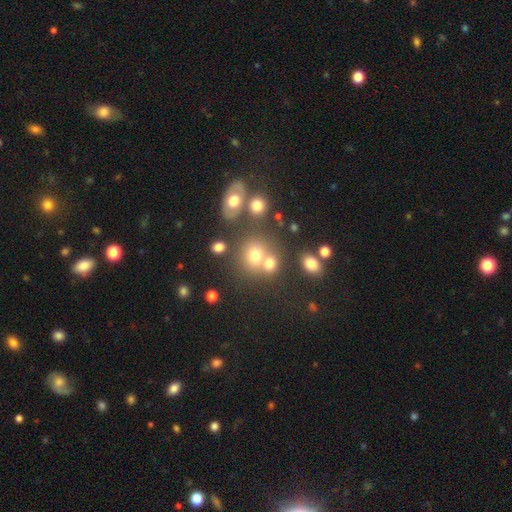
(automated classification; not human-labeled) Overall: smooth (68%). How rounded: round (72%). Merging: none (51%; merger 33%).